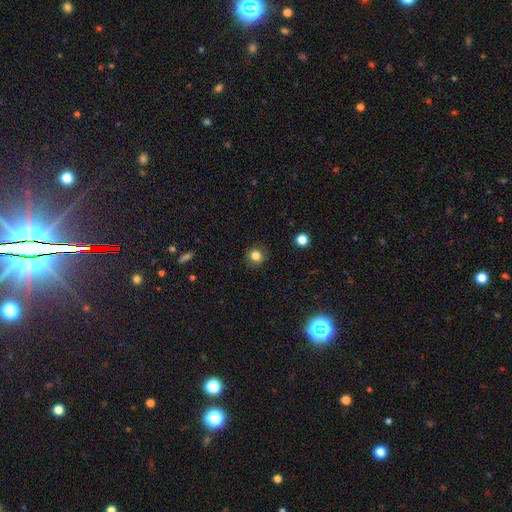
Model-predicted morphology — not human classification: Smooth or featured? smooth (82%)
How rounded? round (86%)
Merging? none (89%)